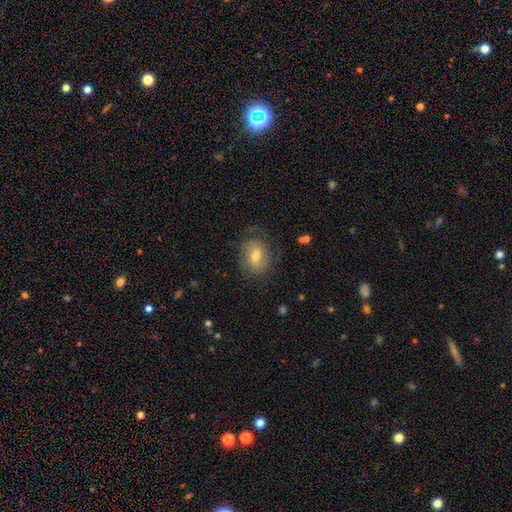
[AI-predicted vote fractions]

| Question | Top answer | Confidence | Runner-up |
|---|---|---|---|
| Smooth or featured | smooth | 47% | featured or disk (43%) |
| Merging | none | 69% | minor disturbance (20%) |